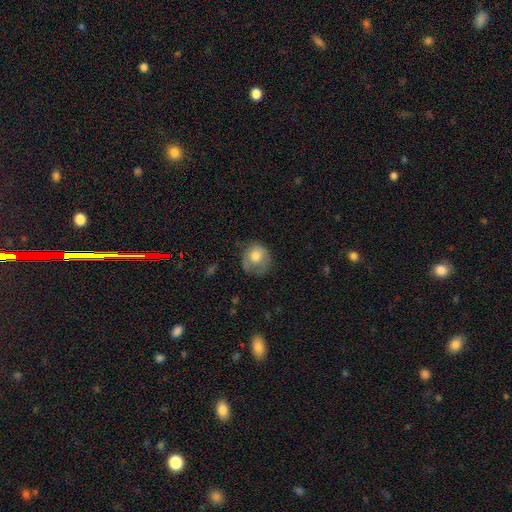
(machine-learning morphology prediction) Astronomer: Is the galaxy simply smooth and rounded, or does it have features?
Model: smooth — 72%.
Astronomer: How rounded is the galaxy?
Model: round — 77%.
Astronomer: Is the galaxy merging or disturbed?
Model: none — 51% (runner-up: minor disturbance, 31%).